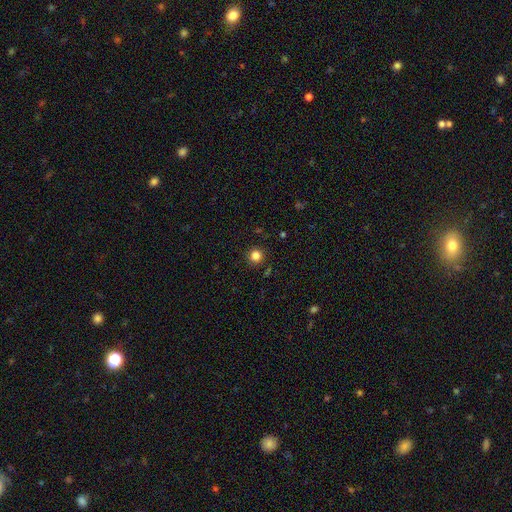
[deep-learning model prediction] Smooth or featured: smooth — 83% (star or artifact — 13%)
How rounded: round — 95% (in between — 4%)
Merging: none — 91% (minor disturbance — 6%)